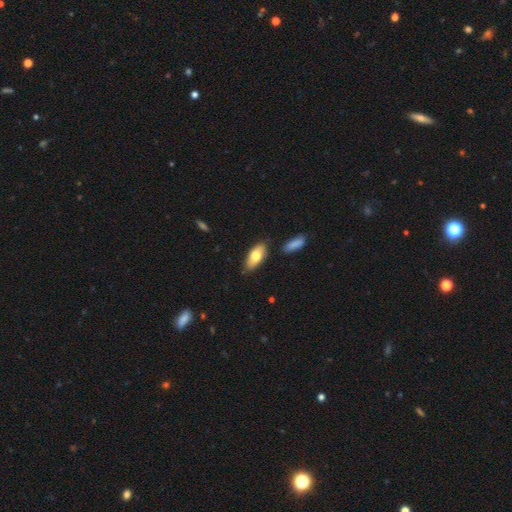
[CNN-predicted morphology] Smooth or featured? smooth (74%)
How rounded? in between (85%)
Merging? none (81%)